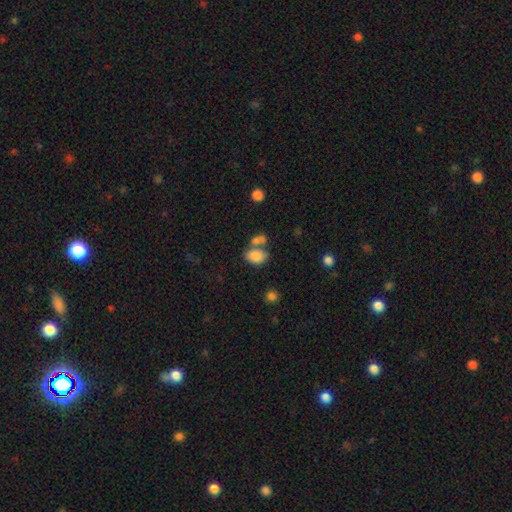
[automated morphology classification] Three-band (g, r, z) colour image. It shows a smooth galaxy with no disk features (83%) that is in between round and cigar-shaped (81%). Merging: none (42%).